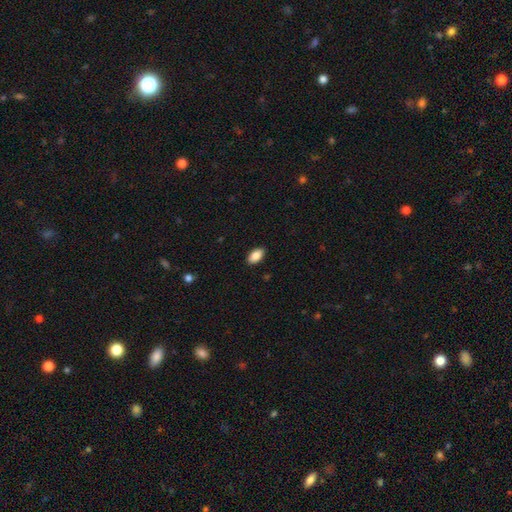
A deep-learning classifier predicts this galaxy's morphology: Smooth or featured? smooth (88%)
How rounded? in between (93%)
Merging? none (90%)